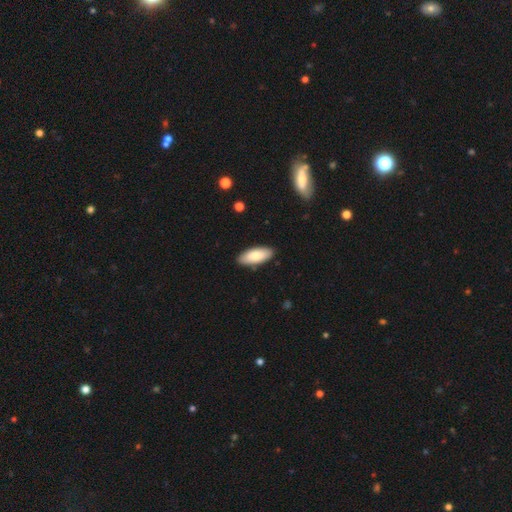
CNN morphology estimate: Overall: smooth (81%). How rounded: in between (84%). Merging: none (88%).